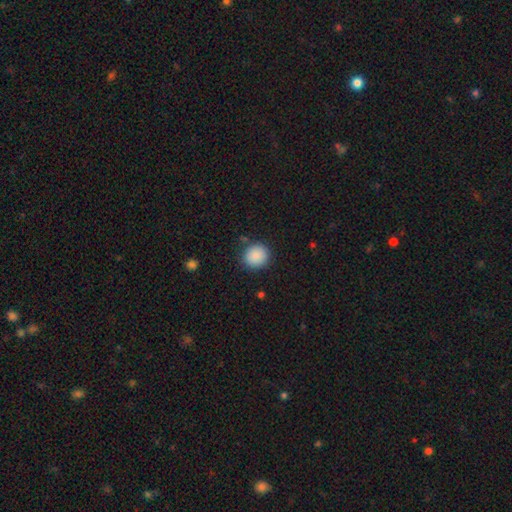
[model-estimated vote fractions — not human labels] The model was most divided on "merging": none: 86%, minor disturbance: 10%, major disturbance: 3%, merger: 2%. More confident: smooth or featured — smooth (89%); how rounded — round (88%).